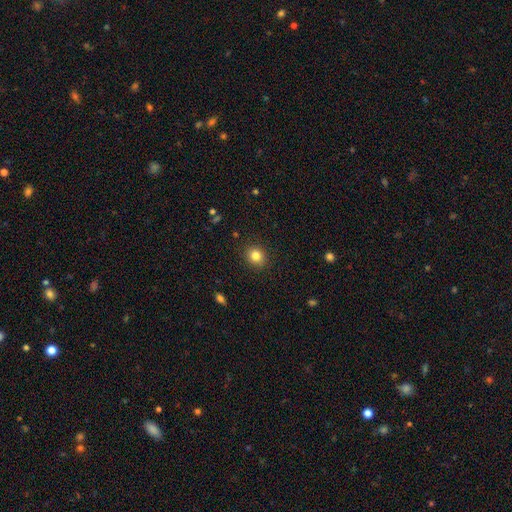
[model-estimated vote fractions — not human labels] A smooth galaxy with no disk features (83%) that is round (80%). Merging: none (90%).